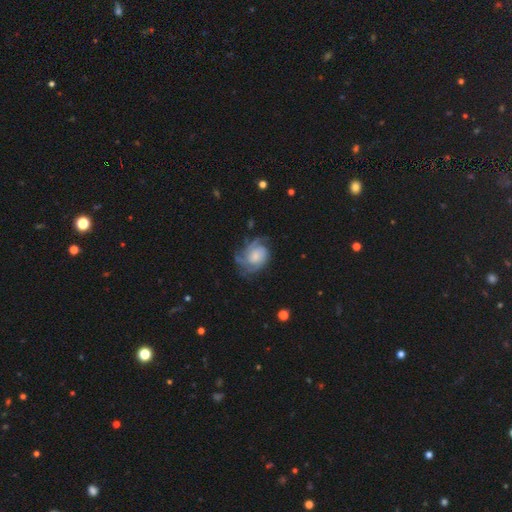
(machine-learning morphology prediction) Smooth or featured? featured or disk (78%)
Edge-on disk? no (98%)
Bar? no (69%)
Spiral arms? yes (94%)
Spiral winding? tight (49%)
Spiral arm count? 3 (31%)
Bulge size? moderate (36%)
Merging? none (61%)